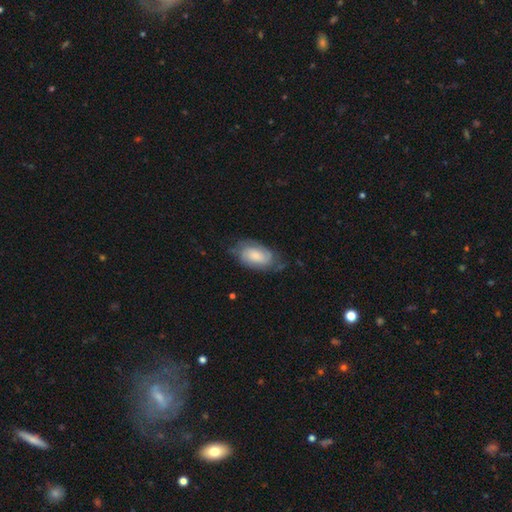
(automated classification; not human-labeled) Q: Smooth or featured?
A: featured or disk (54%); runner-up: smooth (40%)
Q: Edge-on disk?
A: no (95%); runner-up: yes (5%)
Q: Bar?
A: no (70%); runner-up: weak (25%)
Q: Spiral arms?
A: yes (85%); runner-up: no (15%)
Q: Bulge size?
A: small (51%); runner-up: moderate (32%)
Q: Merging?
A: none (61%); runner-up: minor disturbance (26%)